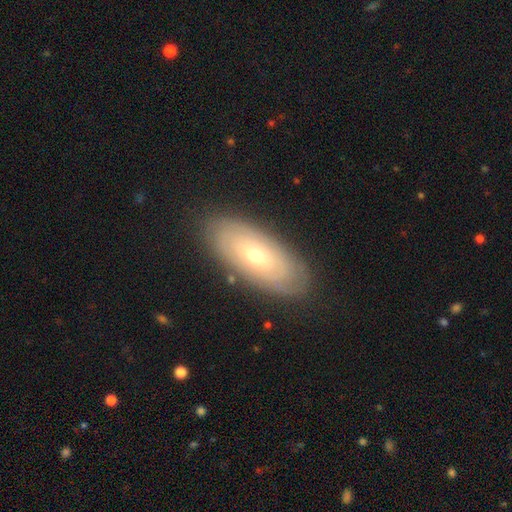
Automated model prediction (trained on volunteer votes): Smooth or featured? featured or disk (54%)
Edge-on disk? no (85%)
Merging? none (85%)